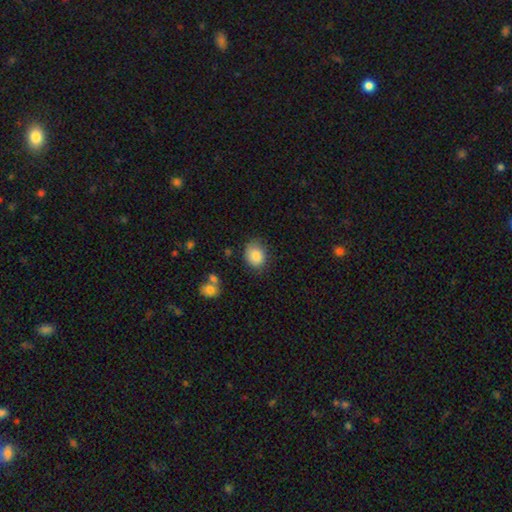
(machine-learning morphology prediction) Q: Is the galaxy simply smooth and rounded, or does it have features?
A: smooth — 84%.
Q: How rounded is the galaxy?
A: round — 51%.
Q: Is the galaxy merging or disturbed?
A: none — 70%.